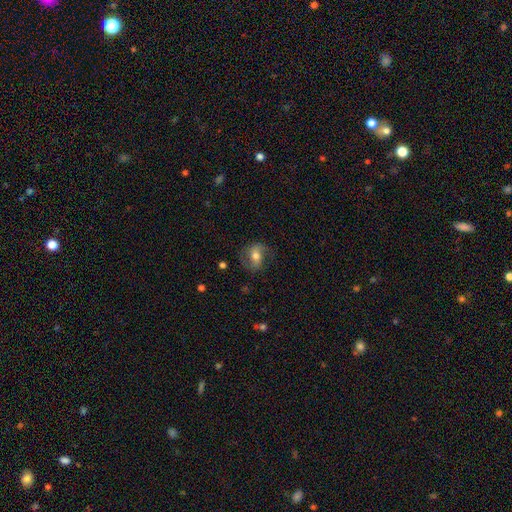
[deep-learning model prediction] Smooth or featured? Predicted: featured or disk (p=0.49). Merging? Predicted: none (p=0.69).